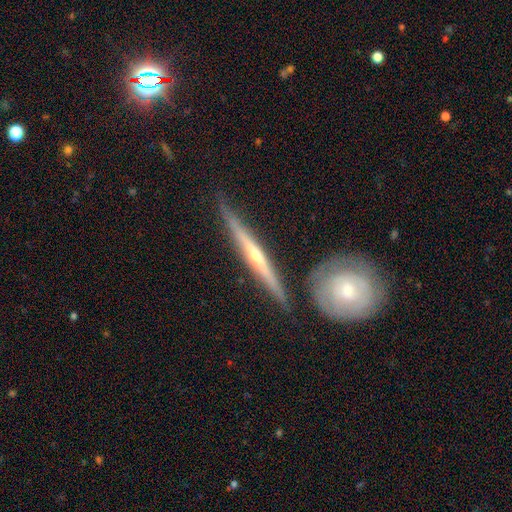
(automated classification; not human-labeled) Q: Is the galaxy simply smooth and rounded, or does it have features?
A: featured or disk — 78%.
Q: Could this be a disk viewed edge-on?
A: yes — 96%.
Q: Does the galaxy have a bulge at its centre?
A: rounded — 71%.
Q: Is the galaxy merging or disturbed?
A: none — 83%.